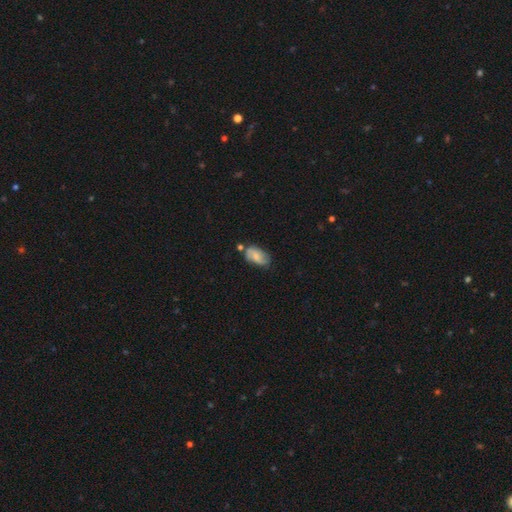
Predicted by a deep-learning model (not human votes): smooth-or-featured: smooth: 52% | featured or disk: 40% | star or artifact: 8%
  how-rounded: in between: 91% | round: 6% | cigar-shaped: 3%
  merging: none: 54% | minor disturbance: 27% | merger: 11% | major disturbance: 8%